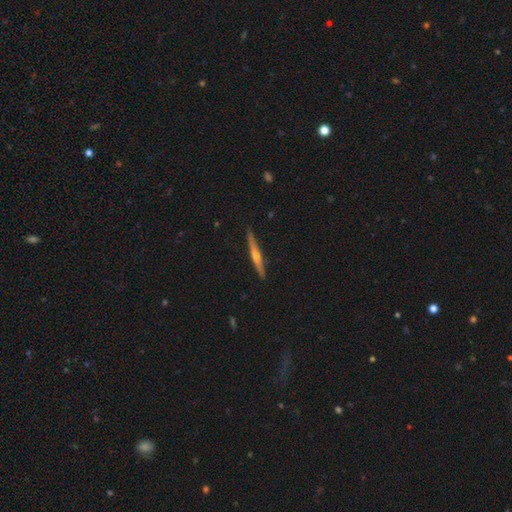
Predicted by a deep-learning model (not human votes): The model was most divided on "smooth or featured": featured or disk: 69%, smooth: 25%, star or artifact: 6%. More confident: edge-on disk — yes (98%); merging — none (90%); edge-on bulge — rounded (77%).